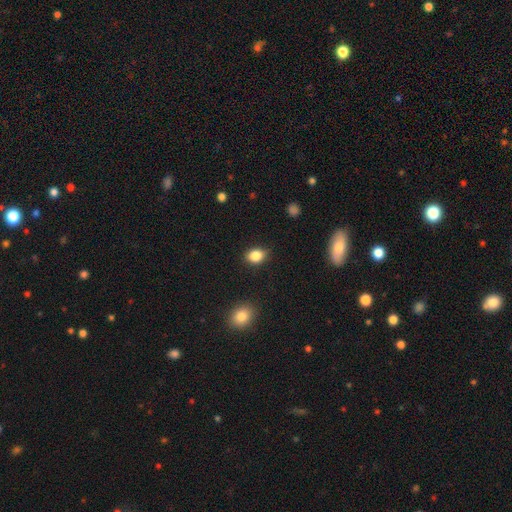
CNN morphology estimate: Smooth or featured: smooth — 85% (star or artifact — 10%)
How rounded: in between — 67% (round — 32%)
Merging: none — 85% (minor disturbance — 11%)